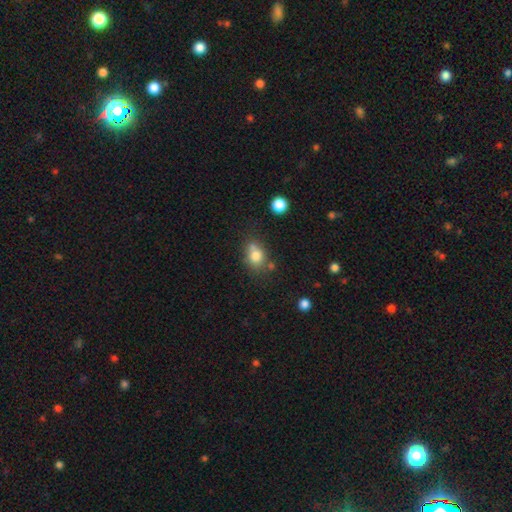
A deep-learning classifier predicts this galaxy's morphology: Smooth or featured? smooth (77%)
How rounded? round (56%)
Merging? none (52%)